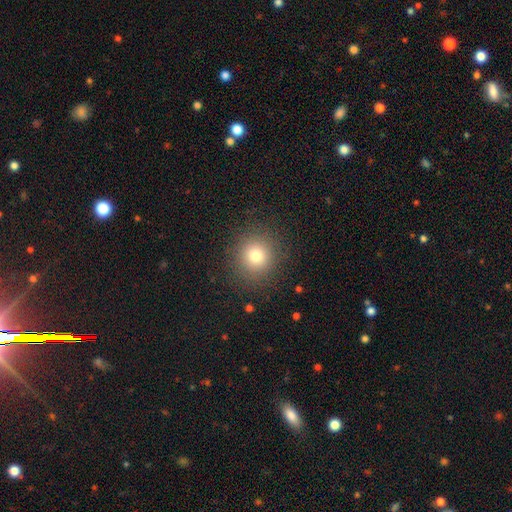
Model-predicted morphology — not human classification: smooth 77%, star or artifact 14%, featured or disk 9%. Down the decision tree: how rounded — round (88%); merging — none (88%).